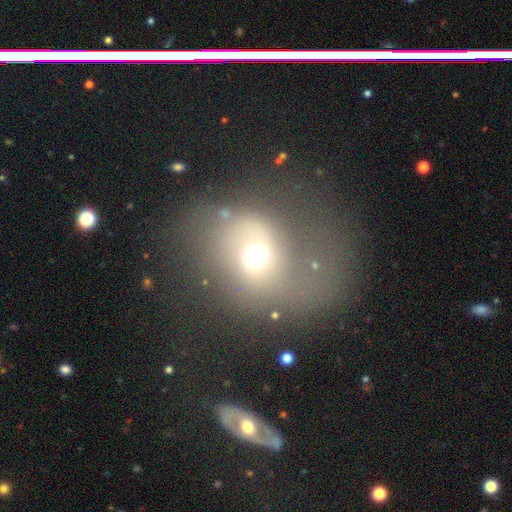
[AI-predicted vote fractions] This appears to be a featured or disk galaxy (51%). Merging: none (38%).